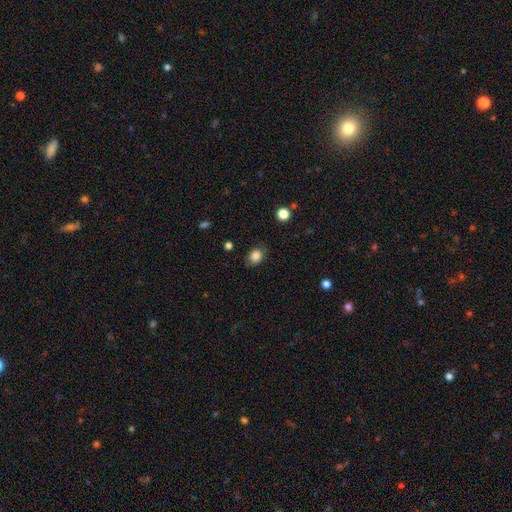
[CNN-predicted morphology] A smooth galaxy with no disk features (84%) that is in between round and cigar-shaped (50%). Merging: none (78%).